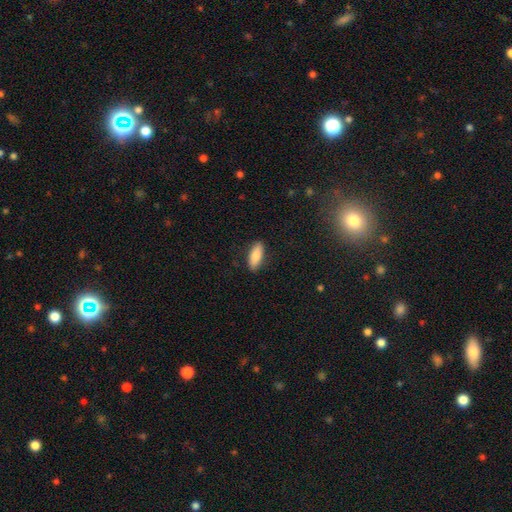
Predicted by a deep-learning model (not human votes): smooth_or_featured: smooth (p=0.84) [alt: featured or disk p=0.10]
how_rounded: in between (p=0.72) [alt: cigar-shaped p=0.26]
merging: none (p=0.87) [alt: minor disturbance p=0.09]